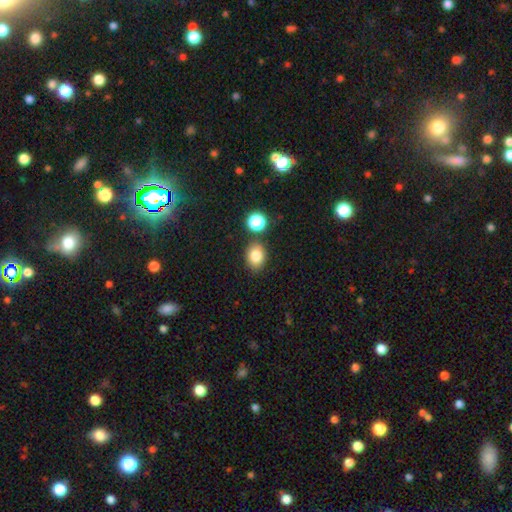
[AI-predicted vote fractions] Morphology: type=smooth (82%); roundness=in between (56%); merging=none (78%).